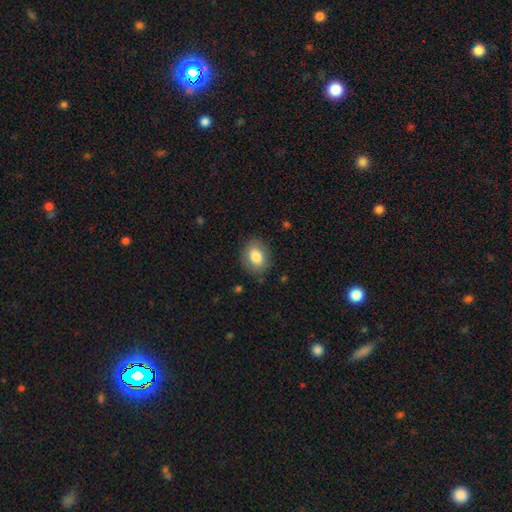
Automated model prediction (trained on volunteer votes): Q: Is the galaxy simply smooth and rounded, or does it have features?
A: smooth — 80%.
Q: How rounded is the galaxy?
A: in between — 61%.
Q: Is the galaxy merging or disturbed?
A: none — 84%.